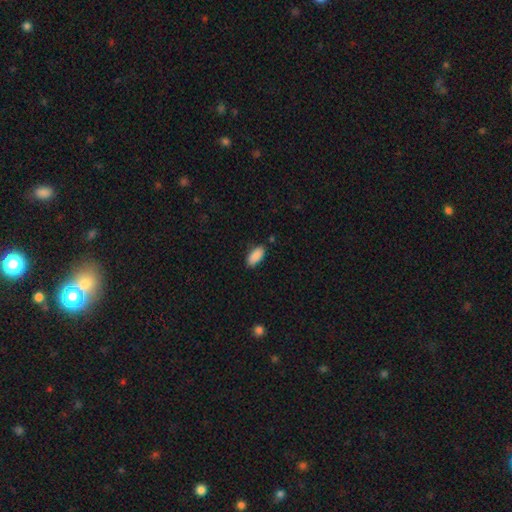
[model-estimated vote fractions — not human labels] Smooth or featured: smooth — 89% (star or artifact — 7%)
How rounded: in between — 90% (cigar-shaped — 8%)
Merging: none — 80% (minor disturbance — 15%)